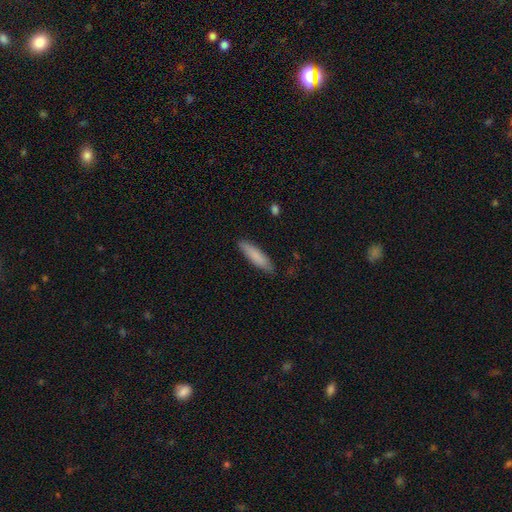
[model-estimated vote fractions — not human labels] This appears to be a smooth galaxy with no disk features (83%) that is cigar-shaped (77%). Merging: none (85%).